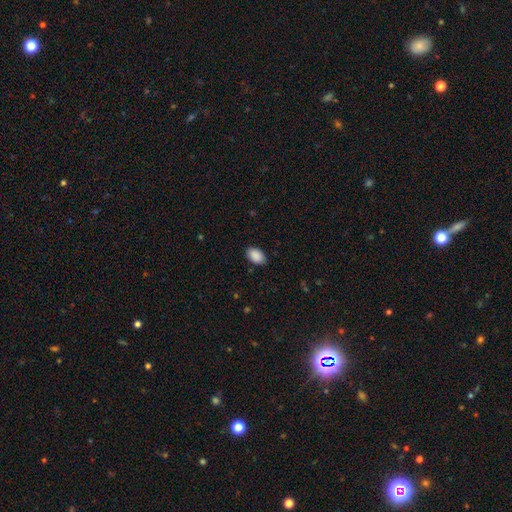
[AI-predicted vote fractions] Smooth or featured? Predicted: smooth (p=0.90). How rounded? Predicted: in between (p=0.91). Merging? Predicted: none (p=0.86).